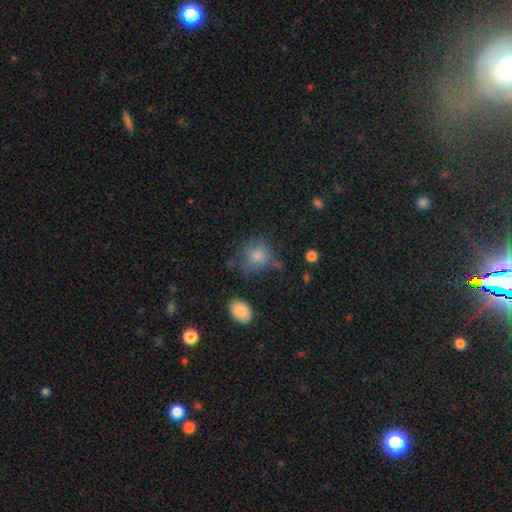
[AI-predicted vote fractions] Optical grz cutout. It shows a smooth galaxy with no disk features (76%) that is round (78%). Merging: none (63%).